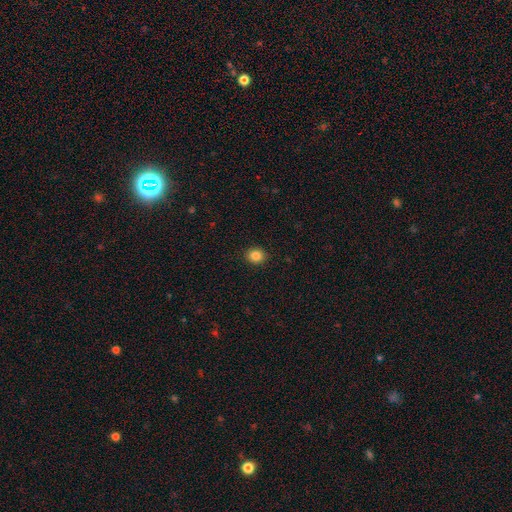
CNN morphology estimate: Smooth or featured?
  - smooth: 85% *
  - star or artifact: 11%
  - featured or disk: 5%
How rounded?
  - round: 76% *
  - in between: 23%
  - cigar-shaped: 1%
Merging?
  - none: 92% *
  - minor disturbance: 6%
  - major disturbance: 2%
  - merger: 1%